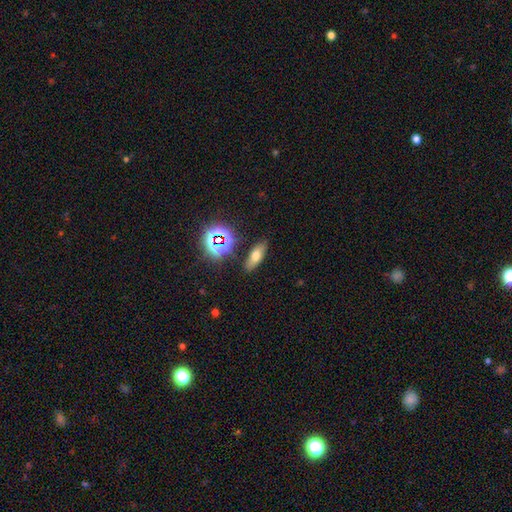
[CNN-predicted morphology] This is likely a smooth galaxy (61%). How rounded: likely in between (66%). Merging: clearly none (84%).